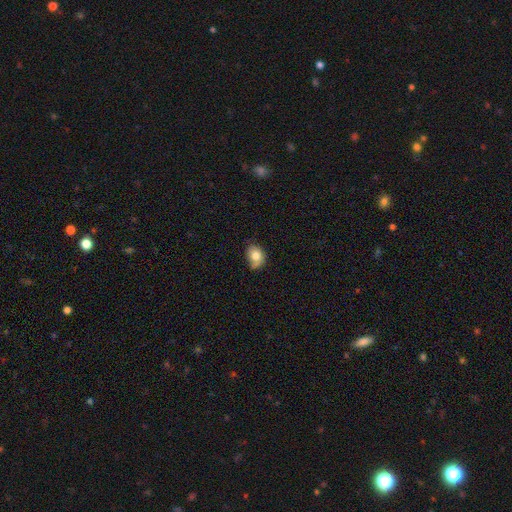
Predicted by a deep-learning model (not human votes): This is likely a smooth galaxy (75%). How rounded: possibly in between (50%). Merging: possibly none (47%).